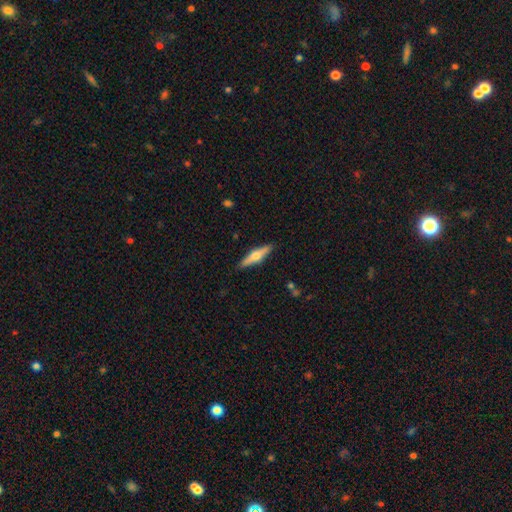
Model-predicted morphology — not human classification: Overall: featured or disk (54%; smooth 40%). Edge-on disk: yes (95%). Edge-on bulge: rounded (92%). Merging: none (89%).